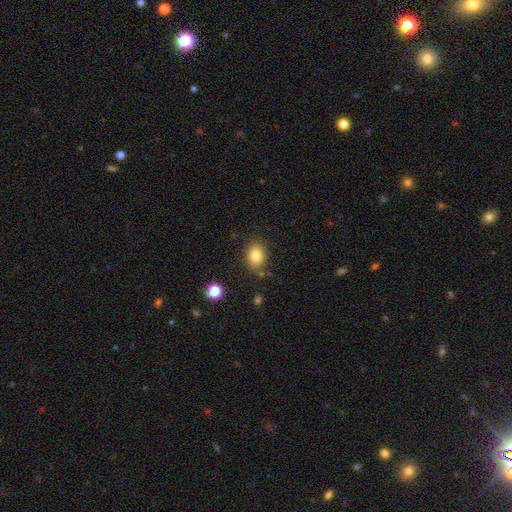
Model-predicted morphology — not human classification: Smooth or featured?
  - smooth: 81% *
  - star or artifact: 10%
  - featured or disk: 8%
How rounded?
  - in between: 64% *
  - round: 35%
  - cigar-shaped: 1%
Merging?
  - none: 81% *
  - minor disturbance: 12%
  - merger: 3%
  - major disturbance: 3%